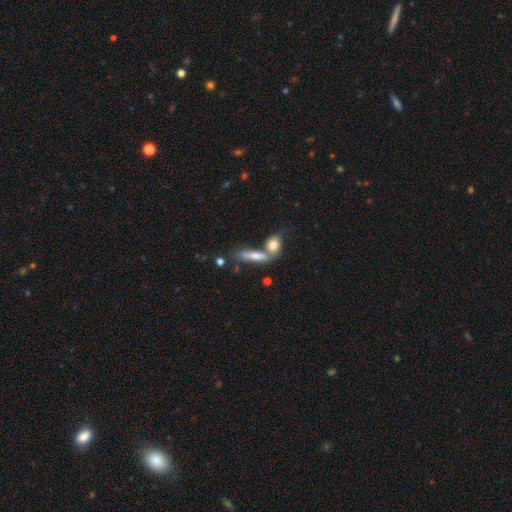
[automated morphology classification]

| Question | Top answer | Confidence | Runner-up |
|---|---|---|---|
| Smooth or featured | smooth | 43% | featured or disk (37%) |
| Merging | merger | 49% | none (33%) |